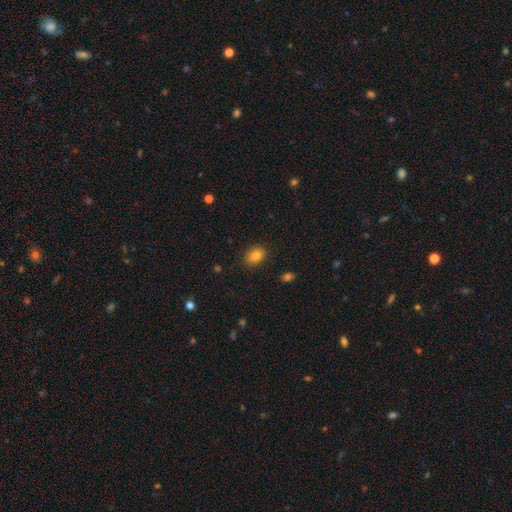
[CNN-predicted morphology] smooth-or-featured: smooth: 83% | star or artifact: 10% | featured or disk: 7%
  how-rounded: in between: 65% | round: 34% | cigar-shaped: 1%
  merging: none: 86% | minor disturbance: 10% | major disturbance: 3% | merger: 1%